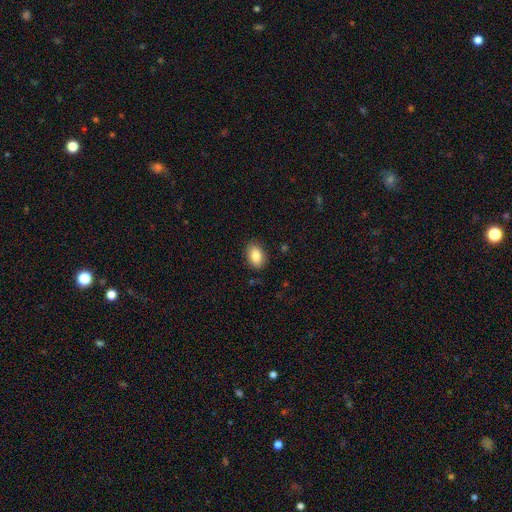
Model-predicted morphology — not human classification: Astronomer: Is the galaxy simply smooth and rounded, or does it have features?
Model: smooth — 85%.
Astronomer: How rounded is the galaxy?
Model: in between — 86%.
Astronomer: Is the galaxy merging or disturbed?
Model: none — 86%.